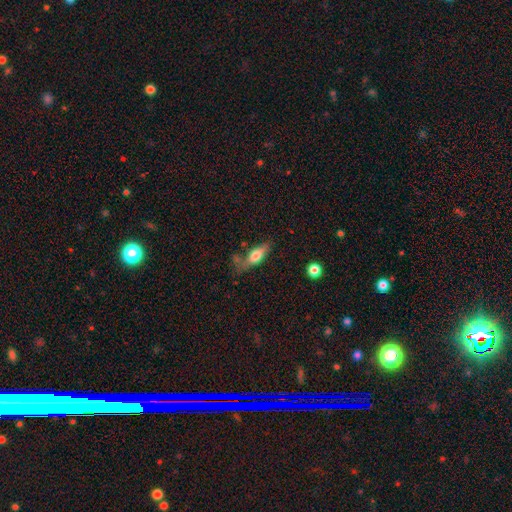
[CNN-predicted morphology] smooth-or-featured: smooth: 67% | featured or disk: 26% | star or artifact: 7%
  how-rounded: in between: 66% | cigar-shaped: 30% | round: 4%
  merging: none: 47% | minor disturbance: 26% | major disturbance: 15% | merger: 11%